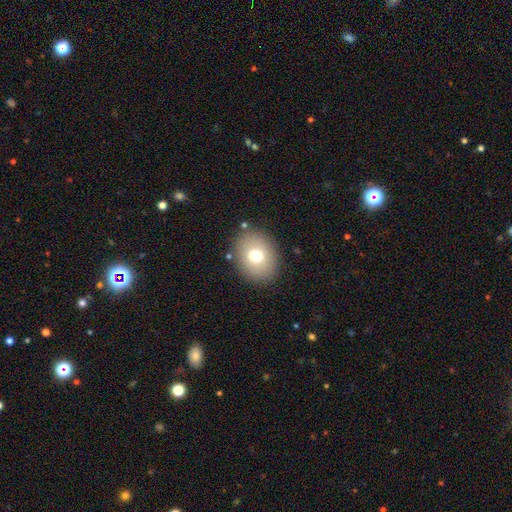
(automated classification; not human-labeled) Smooth or featured: smooth — 72% (featured or disk — 17%)
How rounded: in between — 50% (tied with round — 50%)
Merging: none — 86% (minor disturbance — 9%)